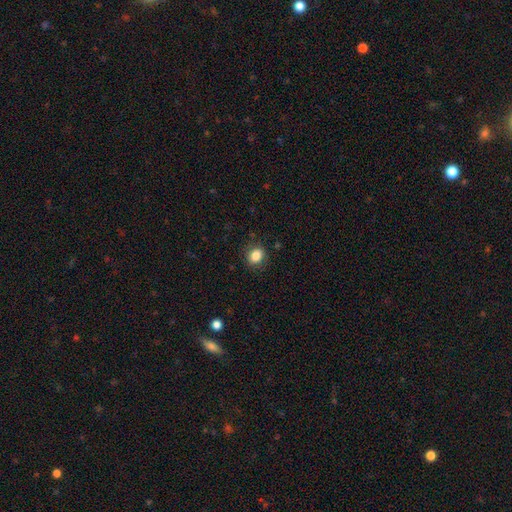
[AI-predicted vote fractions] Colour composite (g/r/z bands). It shows a smooth galaxy with no disk features (84%) that is round (60%). Merging: none (86%).